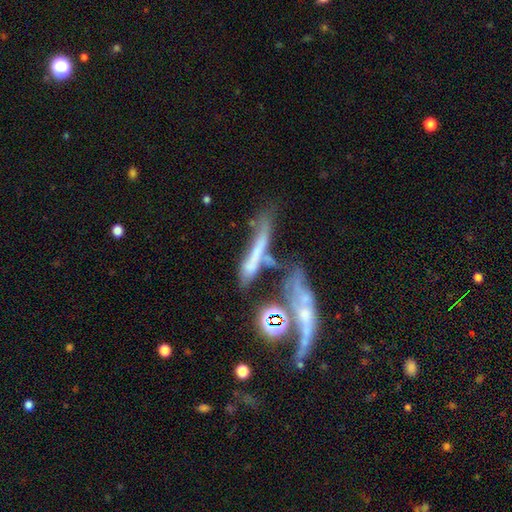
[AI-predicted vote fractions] A featured or disk galaxy (42%). Merging: merger (39%).